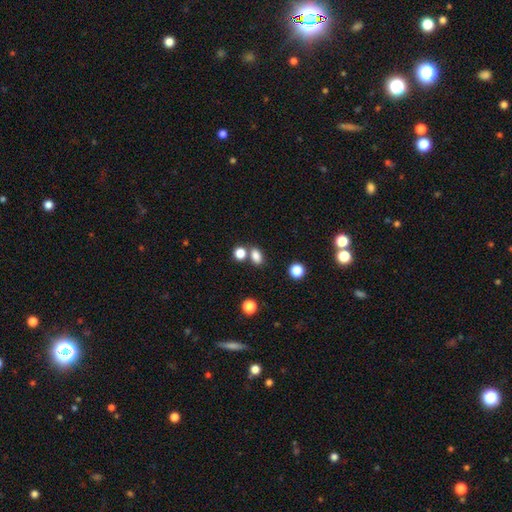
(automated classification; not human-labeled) Q: Smooth or featured?
A: smooth (82%); runner-up: star or artifact (13%)
Q: How rounded?
A: in between (75%); runner-up: round (23%)
Q: Merging?
A: none (64%); runner-up: merger (22%)